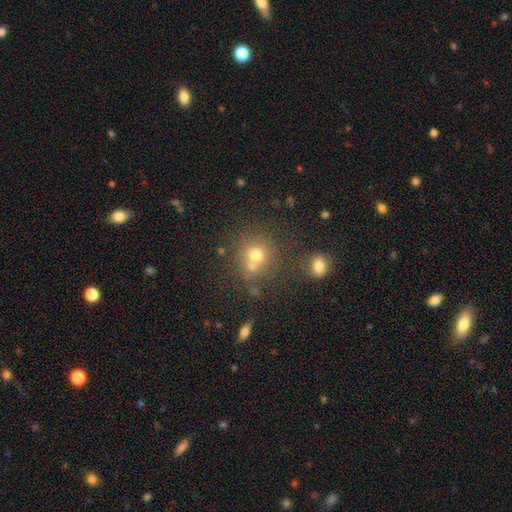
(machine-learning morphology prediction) smooth-or-featured: smooth: 68% | star or artifact: 17% | featured or disk: 14%
  how-rounded: round: 86% | in between: 13% | cigar-shaped: 1%
  merging: none: 55% | merger: 31% | minor disturbance: 10% | major disturbance: 4%